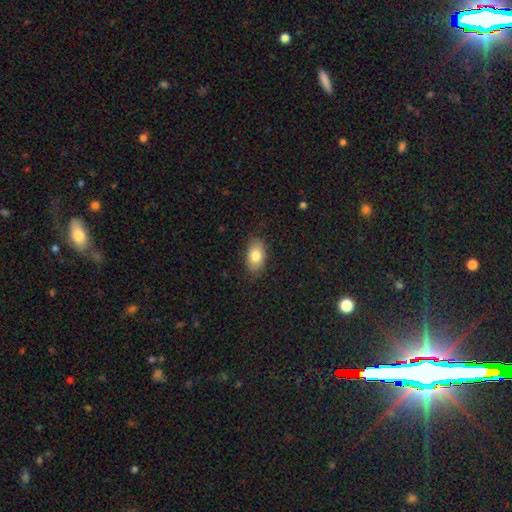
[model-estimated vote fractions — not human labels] smooth 80%, featured or disk 12%, star or artifact 8%. Down the decision tree: how rounded — in between (90%); merging — none (84%).